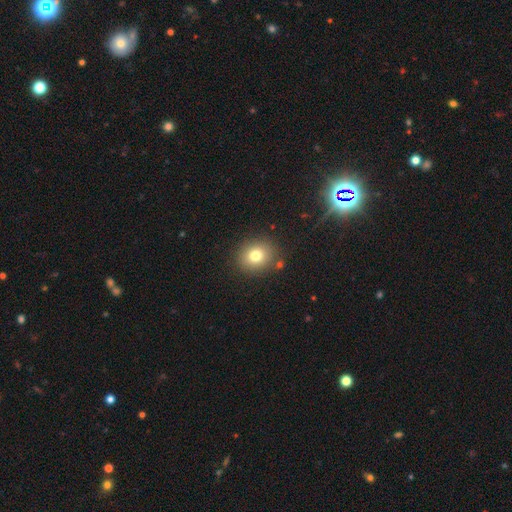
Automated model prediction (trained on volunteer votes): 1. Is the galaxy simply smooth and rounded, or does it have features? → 78% smooth, 12% star or artifact, 10% featured or disk.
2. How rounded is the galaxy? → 74% round, 25% in between, 1% cigar-shaped.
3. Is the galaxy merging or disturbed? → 85% none, 9% minor disturbance, 3% merger, 3% major disturbance.